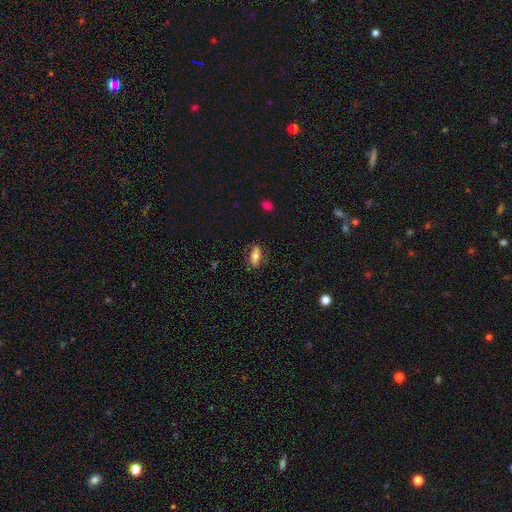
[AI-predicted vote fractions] smooth_or_featured: smooth (p=0.62) [alt: featured or disk p=0.30]
how_rounded: in between (p=0.83) [alt: cigar-shaped p=0.12]
merging: none (p=0.76) [alt: minor disturbance p=0.17]